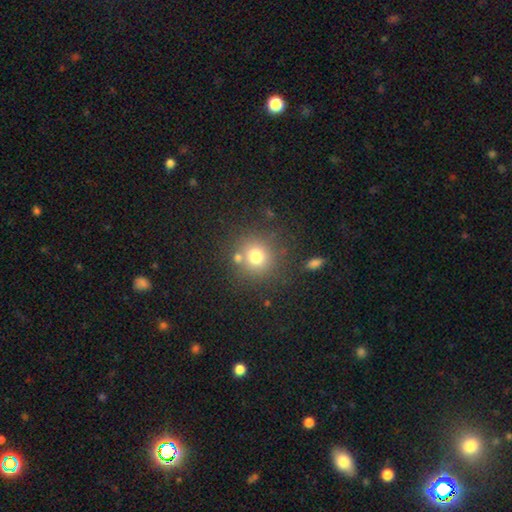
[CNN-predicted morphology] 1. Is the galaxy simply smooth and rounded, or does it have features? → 75% smooth, 15% star or artifact, 10% featured or disk.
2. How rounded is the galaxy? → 90% round, 9% in between, 1% cigar-shaped.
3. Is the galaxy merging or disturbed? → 76% none, 11% merger, 9% minor disturbance, 4% major disturbance.